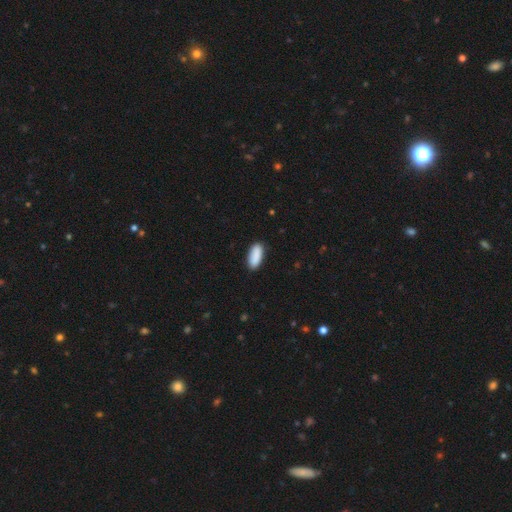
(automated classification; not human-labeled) A smooth galaxy with no disk features (90%) that is in between round and cigar-shaped (82%).

Vote fractions:
- Smooth or featured? smooth: 90% / star or artifact: 6% / featured or disk: 4%
- How rounded? in between: 82% / cigar-shaped: 16% / round: 2%
- Merging? none: 87% / minor disturbance: 10% / major disturbance: 2% / merger: 1%